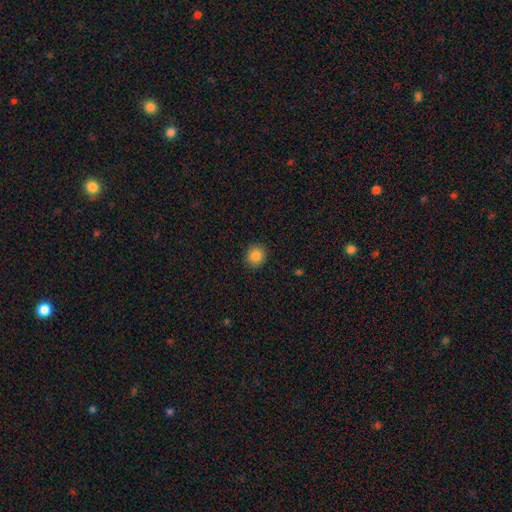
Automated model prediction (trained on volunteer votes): Smooth or featured? smooth (85%)
How rounded? round (89%)
Merging? none (92%)